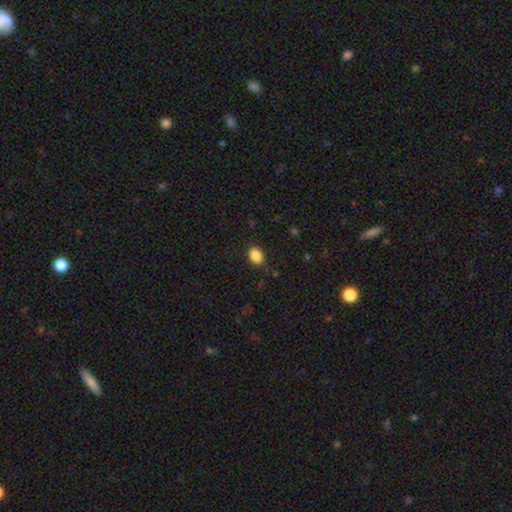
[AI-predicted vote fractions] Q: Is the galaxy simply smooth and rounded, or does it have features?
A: smooth — 87%.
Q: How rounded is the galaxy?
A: in between — 64%.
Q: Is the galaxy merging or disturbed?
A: none — 85%.